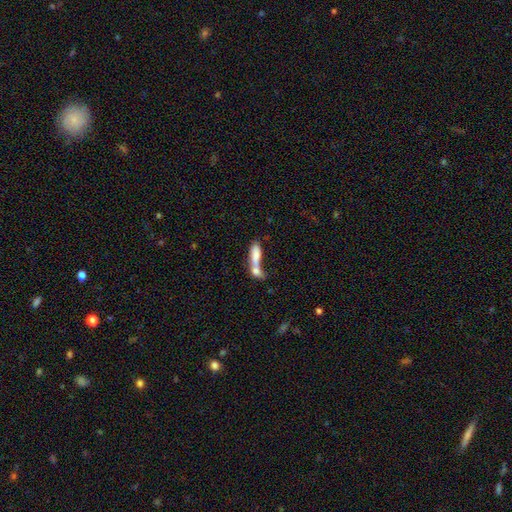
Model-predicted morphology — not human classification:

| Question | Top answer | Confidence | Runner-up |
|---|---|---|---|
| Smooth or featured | smooth | 74% | featured or disk (18%) |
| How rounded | in between | 54% | cigar-shaped (42%) |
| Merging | merger | 66% | none (17%) |